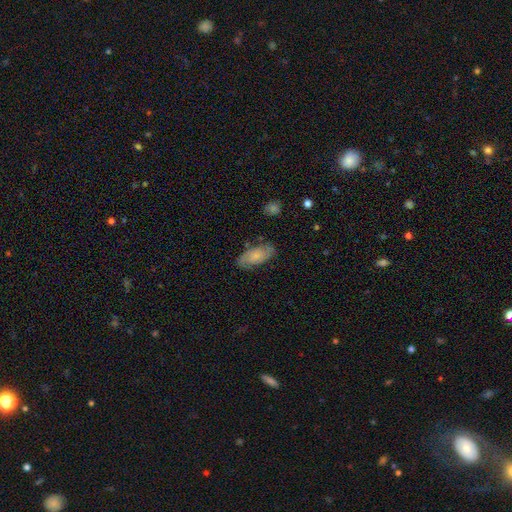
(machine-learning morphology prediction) This is possibly a featured or disk galaxy (48%). Merging: likely none (77%).